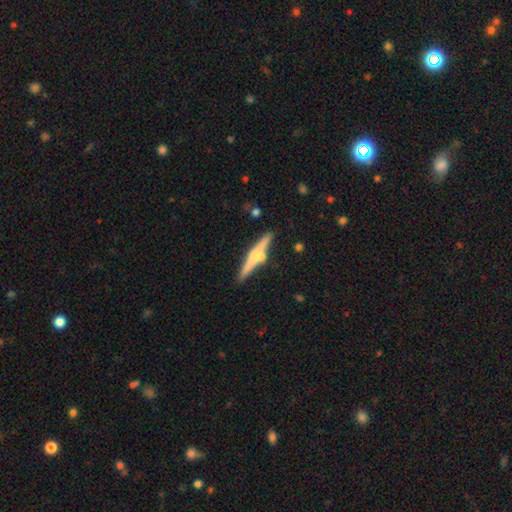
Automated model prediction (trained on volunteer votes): The model was most divided on "smooth or featured": featured or disk: 62%, smooth: 32%, star or artifact: 6%. More confident: edge-on disk — yes (97%); edge-on bulge — rounded (79%); merging — none (76%).